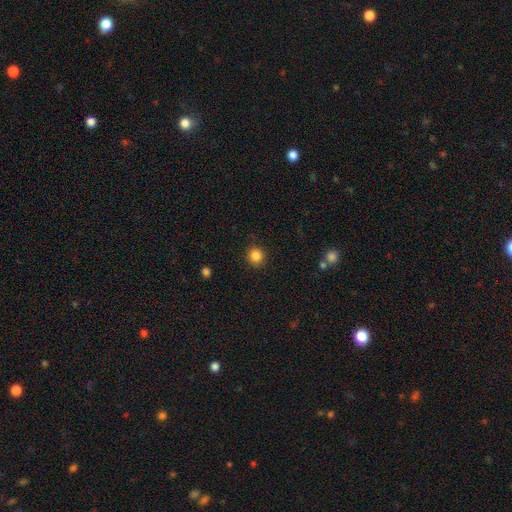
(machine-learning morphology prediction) smooth 85%, star or artifact 11%, featured or disk 4%. Down the decision tree: how rounded — round (91%); merging — none (90%).